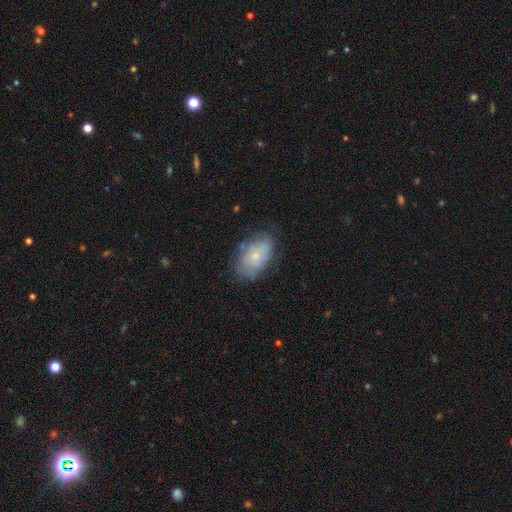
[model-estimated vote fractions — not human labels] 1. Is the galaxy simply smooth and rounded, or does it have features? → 56% smooth, 36% featured or disk, 8% star or artifact.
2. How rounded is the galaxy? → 91% in between, 7% round, 2% cigar-shaped.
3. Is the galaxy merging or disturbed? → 66% none, 24% minor disturbance, 8% major disturbance, 2% merger.